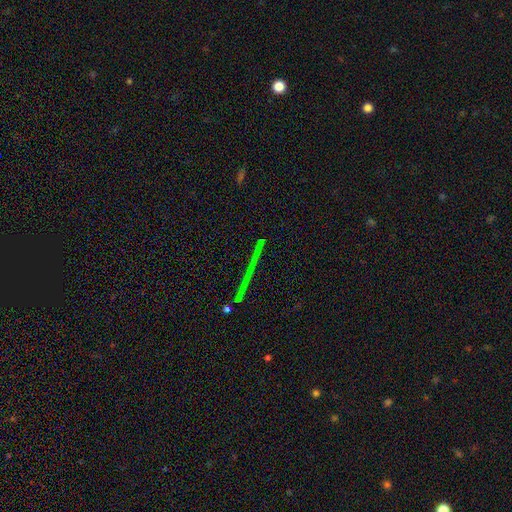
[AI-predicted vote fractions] Smooth or featured: star or artifact — 53% (featured or disk — 31%)